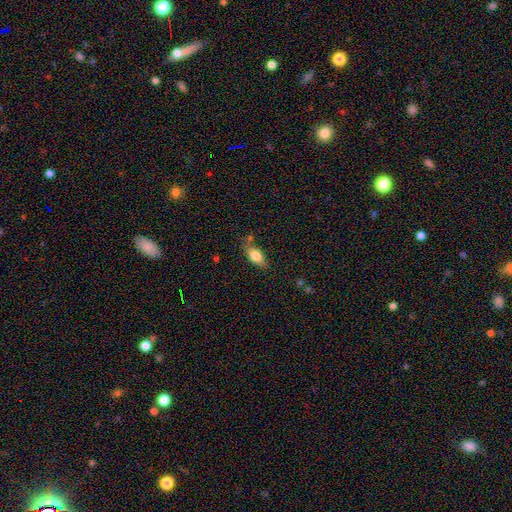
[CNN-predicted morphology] Smooth or featured? smooth (75%)
How rounded? in between (82%)
Merging? none (70%)